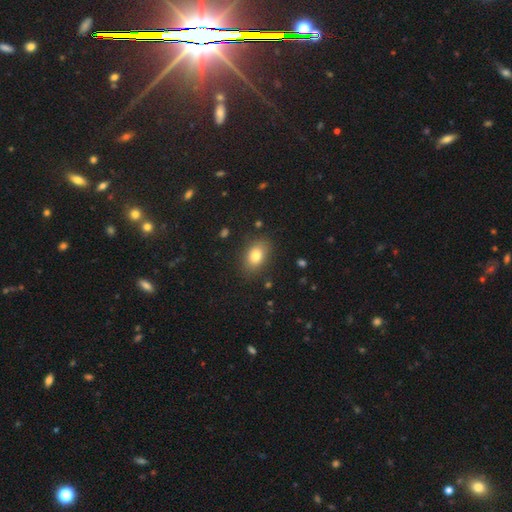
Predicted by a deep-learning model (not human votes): A smooth galaxy with no disk features (80%) that is in between round and cigar-shaped (81%). Merging: none (85%).